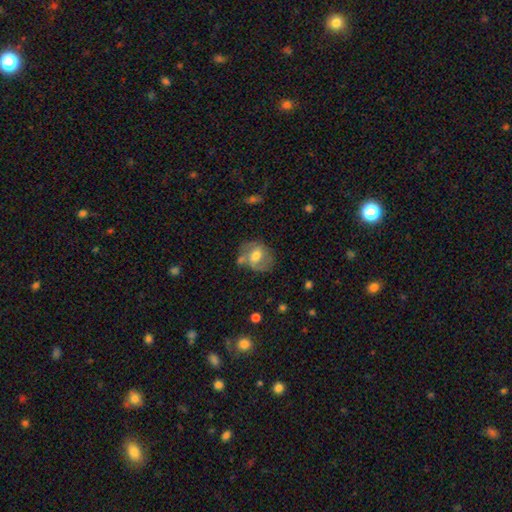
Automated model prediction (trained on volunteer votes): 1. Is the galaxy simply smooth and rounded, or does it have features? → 49% smooth, 44% featured or disk, 8% star or artifact.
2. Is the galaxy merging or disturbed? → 49% none, 24% minor disturbance, 15% merger, 12% major disturbance.